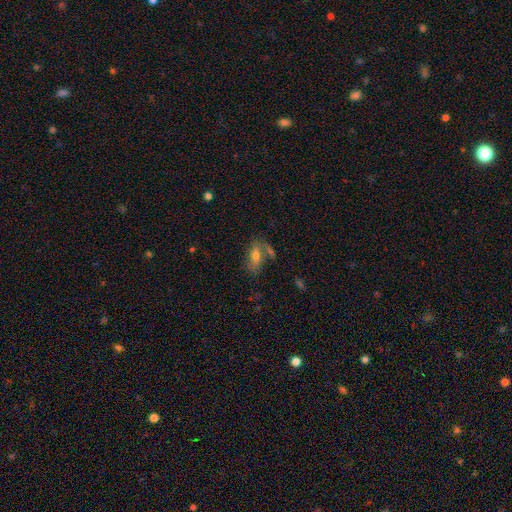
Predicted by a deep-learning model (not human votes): Smooth or featured? Predicted: smooth (p=0.60). How rounded? Predicted: in between (p=0.81). Merging? Predicted: none (p=0.53).